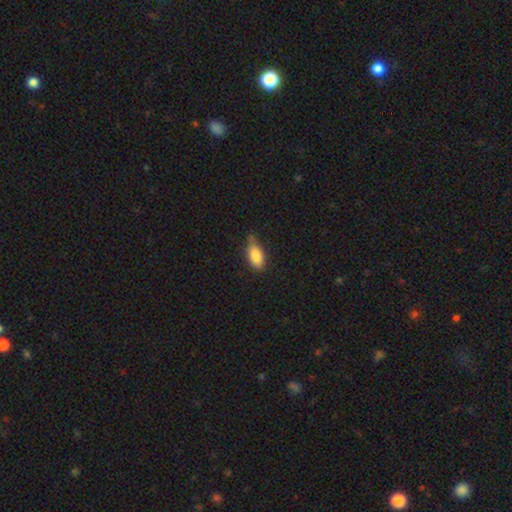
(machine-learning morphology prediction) type=smooth (84%); roundness=in between (85%); merging=none (56%).